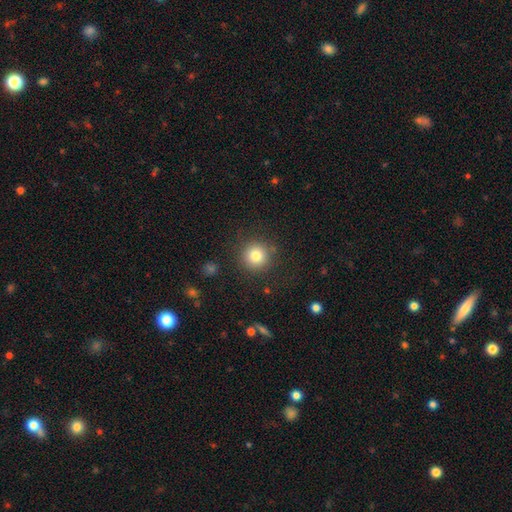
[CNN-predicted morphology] Q: Smooth or featured?
A: smooth (81%); runner-up: star or artifact (11%)
Q: How rounded?
A: round (94%); runner-up: in between (5%)
Q: Merging?
A: none (87%); runner-up: minor disturbance (8%)